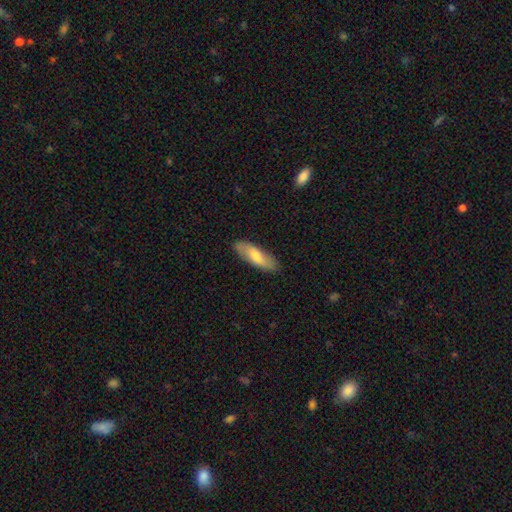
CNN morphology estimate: The model was most divided on "how rounded": in between: 52%, cigar-shaped: 46%, round: 2%. More confident: merging — none (86%); smooth or featured — smooth (68%).